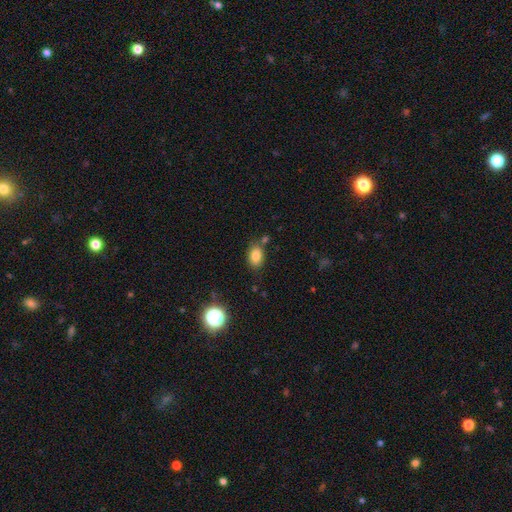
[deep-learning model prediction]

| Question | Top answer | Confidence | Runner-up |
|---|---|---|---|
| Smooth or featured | smooth | 83% | star or artifact (11%) |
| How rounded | in between | 83% | round (16%) |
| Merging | none | 74% | minor disturbance (14%) |